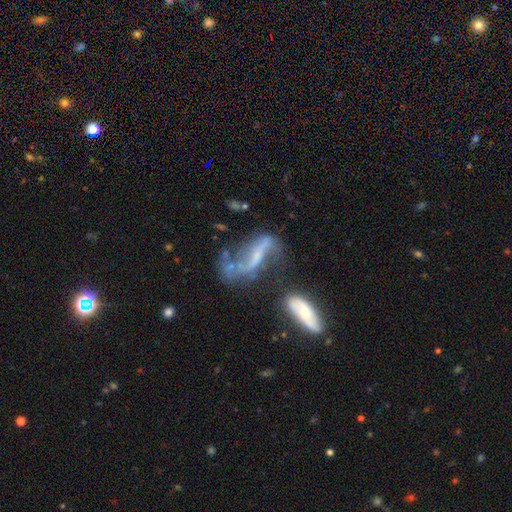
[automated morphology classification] type=featured or disk (76%); edge-on=no (88%); bar=strong (40%); spiral arms=yes (79%); winding=loose (81%); arm count=2 (82%); bulge=small (43%); merging=none (35%).